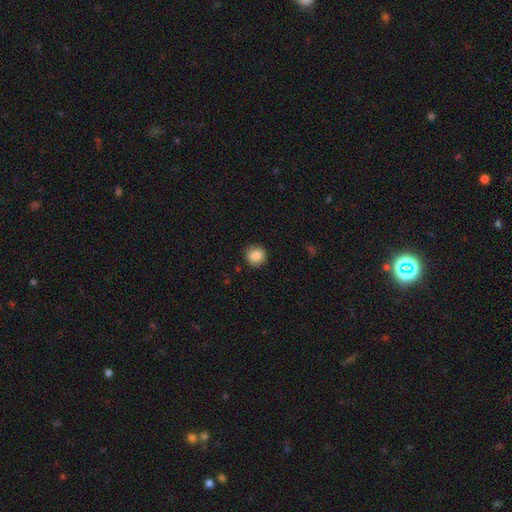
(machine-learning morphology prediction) smooth_or_featured: smooth (p=0.87) [alt: star or artifact p=0.09]
how_rounded: round (p=0.91) [alt: in between p=0.08]
merging: none (p=0.90) [alt: minor disturbance p=0.07]